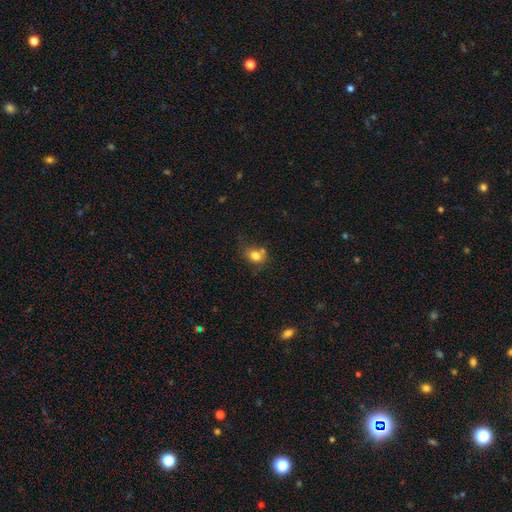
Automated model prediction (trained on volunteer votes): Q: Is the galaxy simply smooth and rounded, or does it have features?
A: smooth — 78%.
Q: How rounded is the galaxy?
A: round — 50%.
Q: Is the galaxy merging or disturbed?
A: none — 50%.